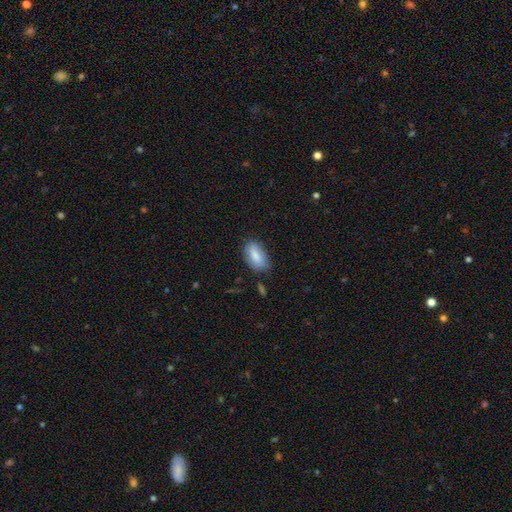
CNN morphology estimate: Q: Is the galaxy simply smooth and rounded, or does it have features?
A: smooth — 79%.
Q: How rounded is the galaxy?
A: in between — 89%.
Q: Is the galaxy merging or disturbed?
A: none — 72%.